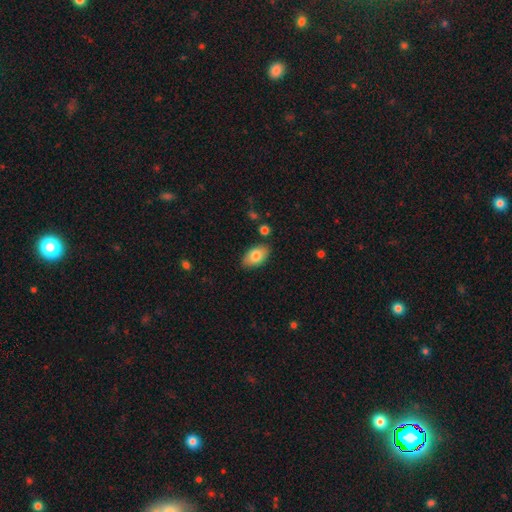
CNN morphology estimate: smooth_or_featured: smooth (p=0.79) [alt: featured or disk p=0.14]
how_rounded: in between (p=0.93) [alt: round p=0.05]
merging: none (p=0.84) [alt: minor disturbance p=0.11]